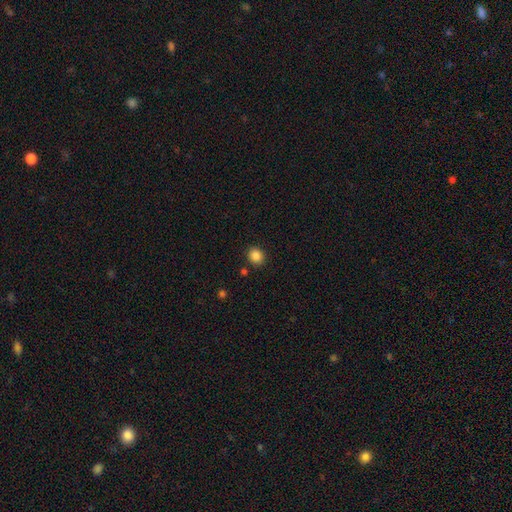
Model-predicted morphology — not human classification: type=smooth (86%); roundness=round (75%); merging=none (88%).